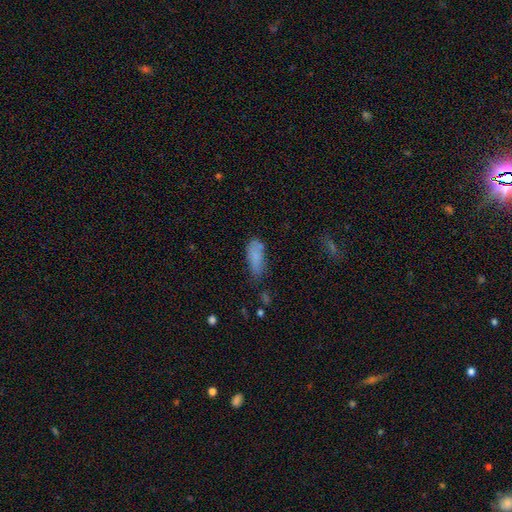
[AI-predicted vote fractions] Q: Smooth or featured?
A: smooth (78%); runner-up: featured or disk (13%)
Q: How rounded?
A: in between (77%); runner-up: cigar-shaped (21%)
Q: Merging?
A: none (49%); runner-up: minor disturbance (32%)